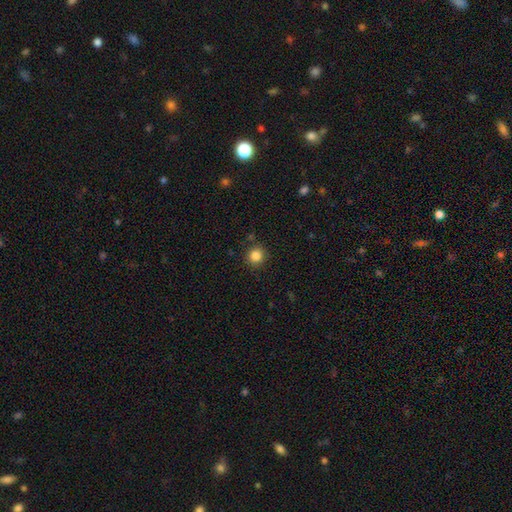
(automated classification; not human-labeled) smooth_or_featured: smooth (p=0.85) [alt: star or artifact p=0.11]
how_rounded: round (p=0.93) [alt: in between p=0.06]
merging: none (p=0.89) [alt: minor disturbance p=0.07]